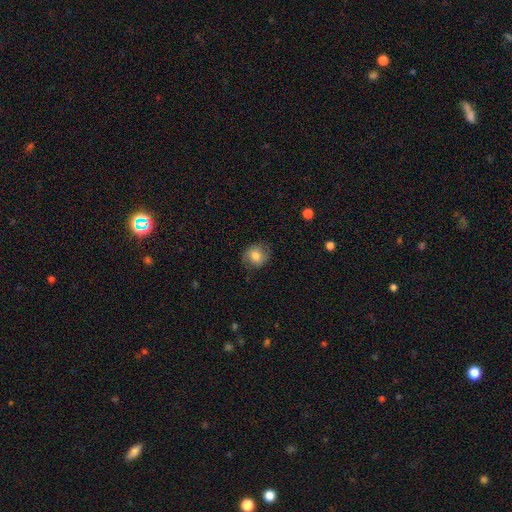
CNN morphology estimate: Q: Smooth or featured?
A: smooth (58%); runner-up: featured or disk (33%)
Q: How rounded?
A: round (74%); runner-up: in between (25%)
Q: Merging?
A: none (75%); runner-up: minor disturbance (17%)